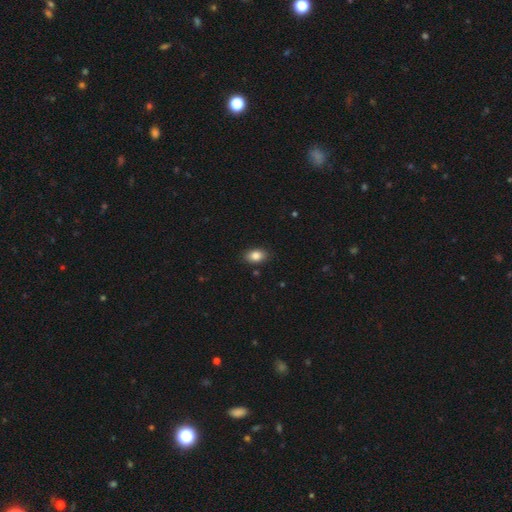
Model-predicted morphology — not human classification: Smooth or featured? Predicted: smooth (p=0.85). How rounded? Predicted: in between (p=0.86). Merging? Predicted: none (p=0.86).